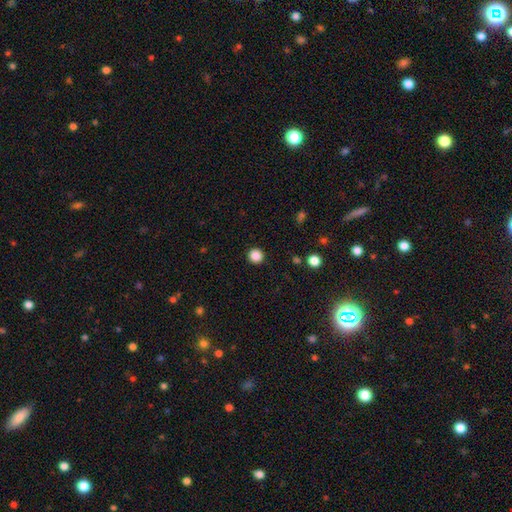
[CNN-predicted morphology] Smooth or featured: smooth — 86% (star or artifact — 11%)
How rounded: round — 95% (in between — 4%)
Merging: none — 93% (minor disturbance — 5%)